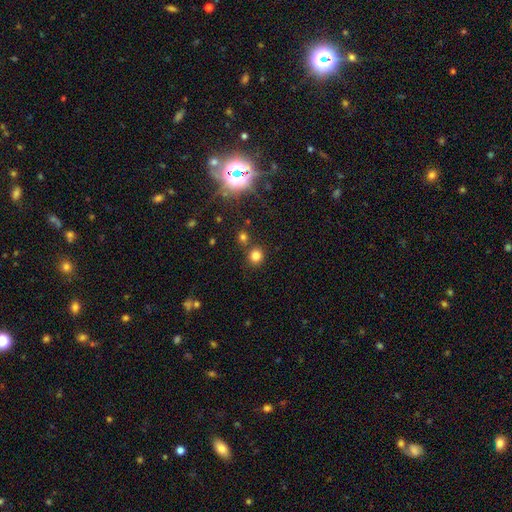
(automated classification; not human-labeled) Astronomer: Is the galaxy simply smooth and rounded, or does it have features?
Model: smooth — 78%.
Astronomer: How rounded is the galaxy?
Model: round — 87%.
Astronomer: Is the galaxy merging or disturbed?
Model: none — 78%.